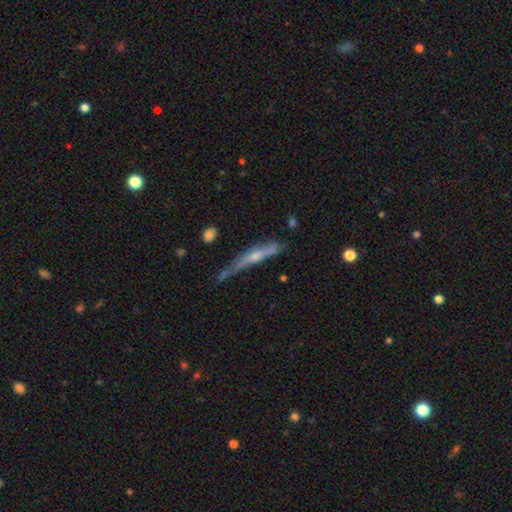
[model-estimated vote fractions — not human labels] Morphology: type=featured or disk (58%); edge-on=yes (89%); edge-on bulge=rounded (67%); merging=none (52%).